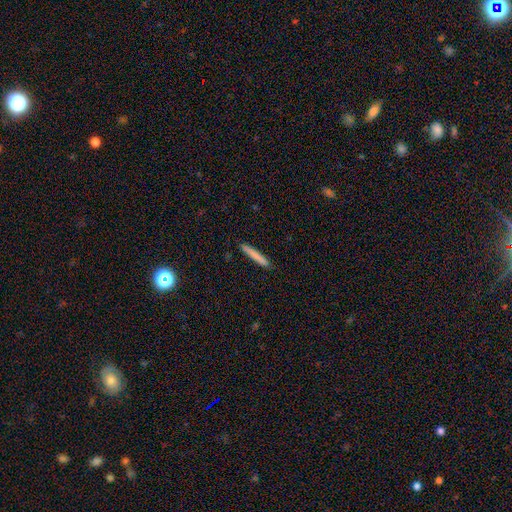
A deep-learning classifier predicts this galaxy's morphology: smooth 80%, featured or disk 15%, star or artifact 6%. Down the decision tree: how rounded — cigar-shaped (96%); merging — none (90%).